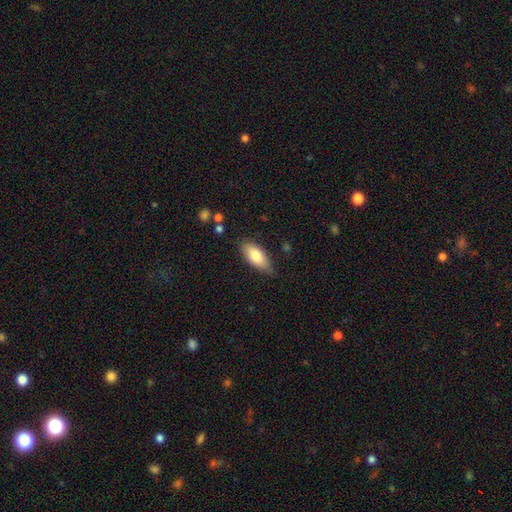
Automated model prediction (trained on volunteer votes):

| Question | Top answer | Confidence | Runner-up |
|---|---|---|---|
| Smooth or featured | smooth | 79% | featured or disk (15%) |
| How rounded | in between | 85% | cigar-shaped (13%) |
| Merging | none | 77% | minor disturbance (18%) |